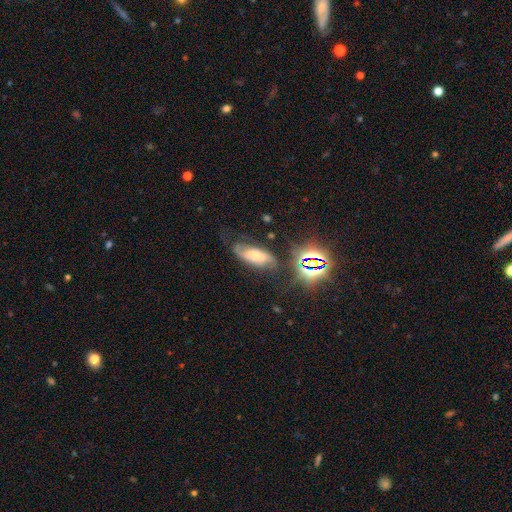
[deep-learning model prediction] Smooth or featured?
  - featured or disk: 50% *
  - smooth: 33%
  - star or artifact: 17%
Edge-on disk?
  - no: 86% *
  - yes: 14%
Merging?
  - none: 55% *
  - minor disturbance: 26%
  - major disturbance: 15%
  - merger: 4%